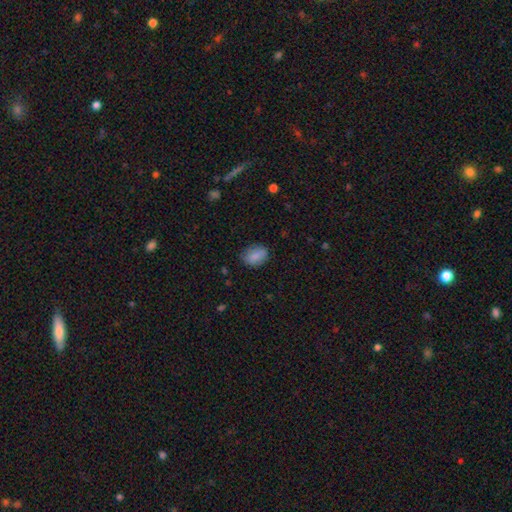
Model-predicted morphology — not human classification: A smooth galaxy with no disk features (85%) that is in between round and cigar-shaped (78%).

Vote fractions:
- Smooth or featured? smooth: 85% / featured or disk: 7% / star or artifact: 7%
- How rounded? in between: 78% / round: 20% / cigar-shaped: 2%
- Merging? none: 81% / minor disturbance: 15% / major disturbance: 3% / merger: 1%